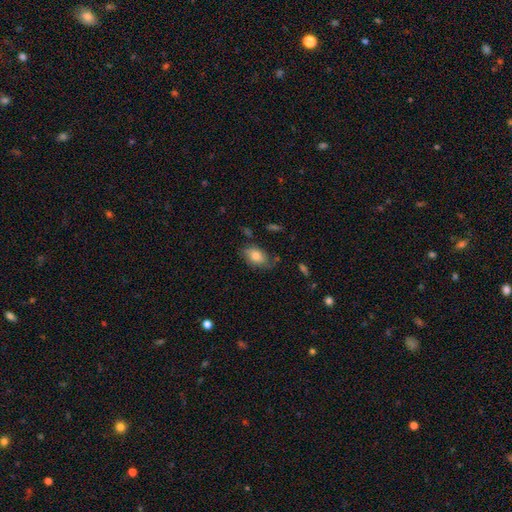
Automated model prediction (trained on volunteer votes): Smooth or featured: smooth — 69% (featured or disk — 22%)
How rounded: in between — 87% (round — 11%)
Merging: none — 62% (minor disturbance — 27%)